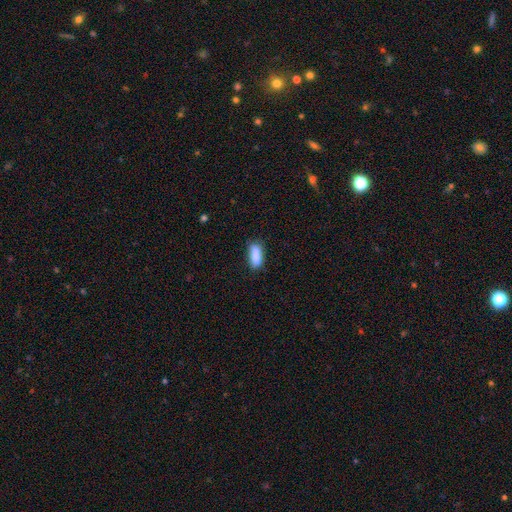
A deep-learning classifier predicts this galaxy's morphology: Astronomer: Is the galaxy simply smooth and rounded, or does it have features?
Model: smooth — 84%.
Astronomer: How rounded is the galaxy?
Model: in between — 66%.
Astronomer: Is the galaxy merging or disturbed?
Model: none — 65%.